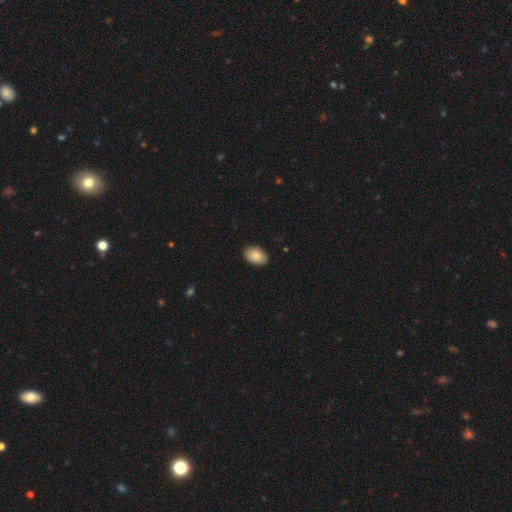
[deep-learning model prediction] Smooth or featured? Predicted: smooth (p=0.89). How rounded? Predicted: in between (p=0.89). Merging? Predicted: none (p=0.89).